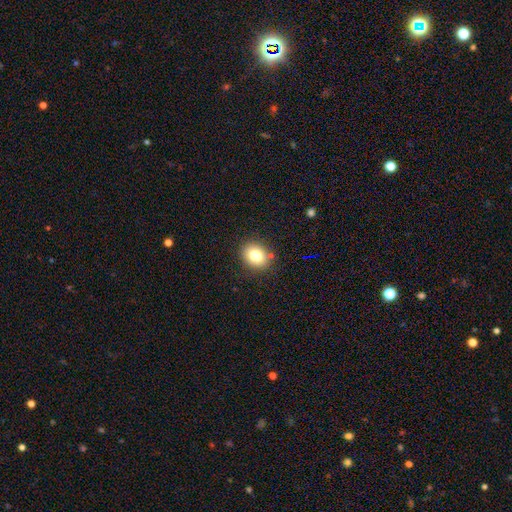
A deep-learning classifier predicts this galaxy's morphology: smooth_or_featured: smooth (p=0.79) [alt: star or artifact p=0.11]
how_rounded: round (p=0.53) [alt: in between p=0.46]
merging: none (p=0.85) [alt: minor disturbance p=0.10]